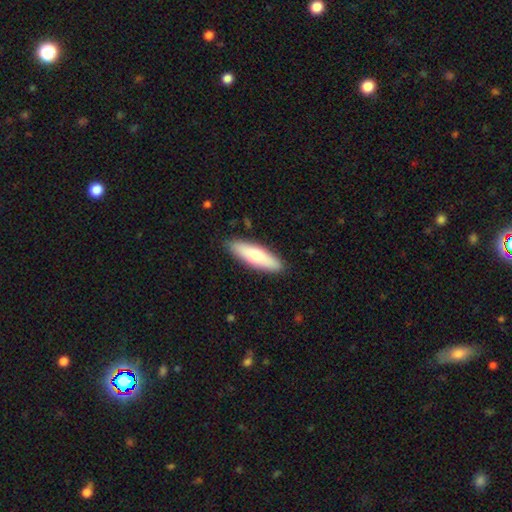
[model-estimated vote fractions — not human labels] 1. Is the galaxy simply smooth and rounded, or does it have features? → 67% smooth, 28% featured or disk, 5% star or artifact.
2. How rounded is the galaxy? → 55% cigar-shaped, 43% in between, 2% round.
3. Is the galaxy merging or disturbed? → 89% none, 8% minor disturbance, 2% major disturbance, 1% merger.